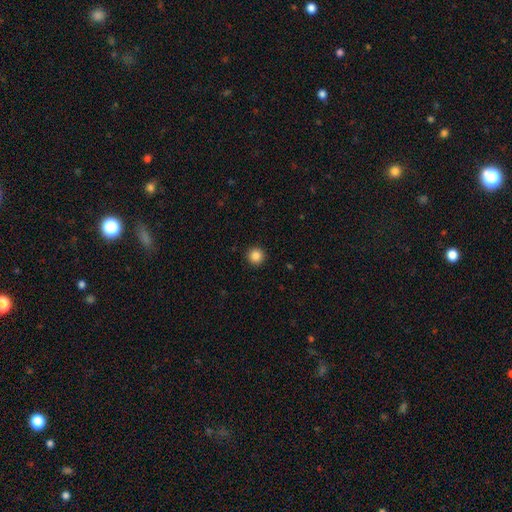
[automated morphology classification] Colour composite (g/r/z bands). It shows a smooth galaxy with no disk features (86%) that is round (96%). Merging: none (93%).